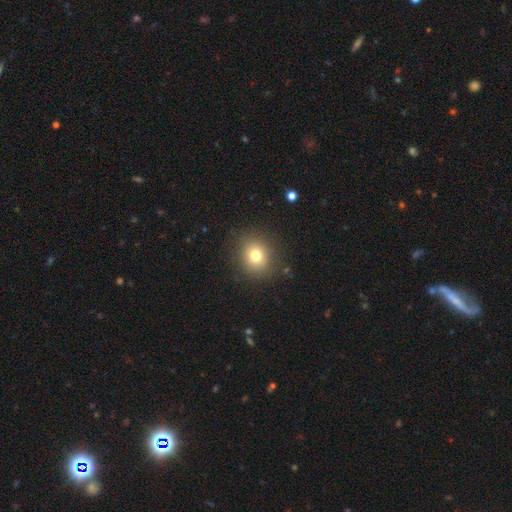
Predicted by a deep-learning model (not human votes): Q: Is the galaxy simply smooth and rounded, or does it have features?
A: smooth — 77%.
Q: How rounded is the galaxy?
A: round — 80%.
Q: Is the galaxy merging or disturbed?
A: none — 87%.